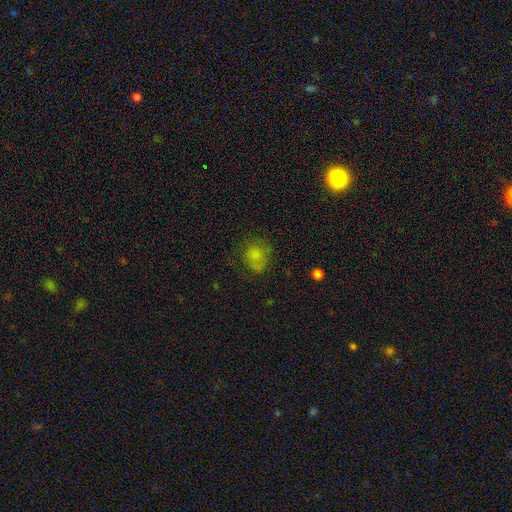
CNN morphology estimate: This is likely a smooth galaxy (72%). How rounded: likely round (73%). Merging: likely none (60%).